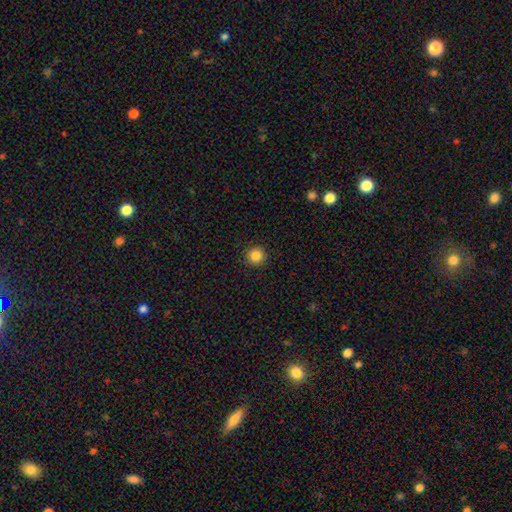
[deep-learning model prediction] Smooth or featured?
  - smooth: 85% *
  - star or artifact: 11%
  - featured or disk: 4%
How rounded?
  - round: 95% *
  - in between: 4%
  - cigar-shaped: 1%
Merging?
  - none: 93% *
  - minor disturbance: 5%
  - major disturbance: 2%
  - merger: 1%